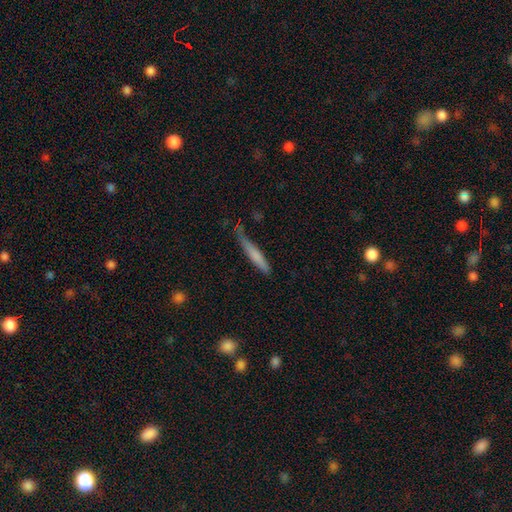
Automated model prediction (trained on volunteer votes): smooth 70%, featured or disk 24%, star or artifact 6%. Down the decision tree: how rounded — cigar-shaped (93%); merging — none (54%).